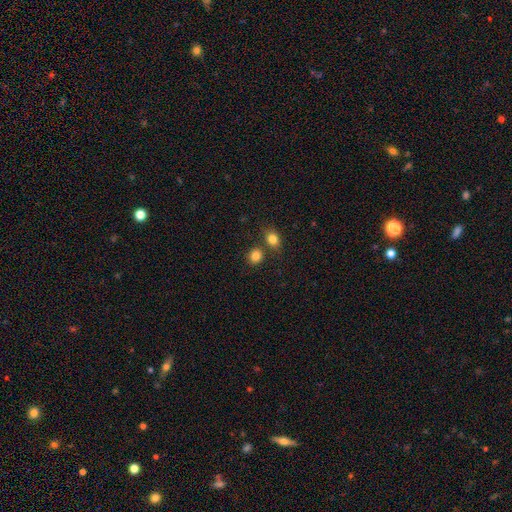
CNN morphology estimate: The model was most divided on "merging": none: 71%, merger: 17%, minor disturbance: 9%, major disturbance: 3%. More confident: smooth or featured — smooth (84%); how rounded — round (79%).